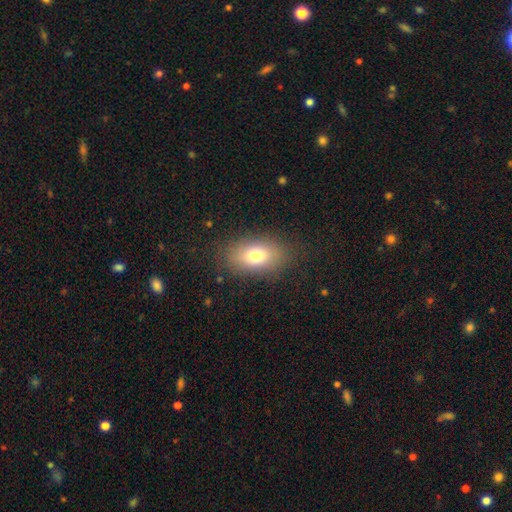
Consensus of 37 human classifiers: Smooth or featured: smooth — 84% (featured or disk — 14%)
How rounded: in between — 71% (round — 26%)
Merging: none — 86% (minor disturbance — 8%)